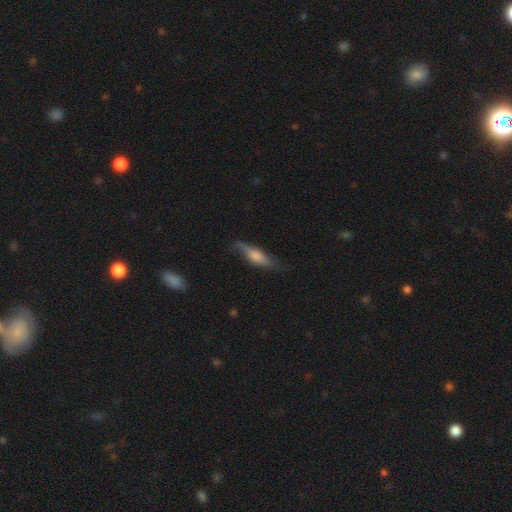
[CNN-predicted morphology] This is possibly a featured or disk galaxy (50%). It is likely viewed edge-on (75%). Merging: likely none (65%).